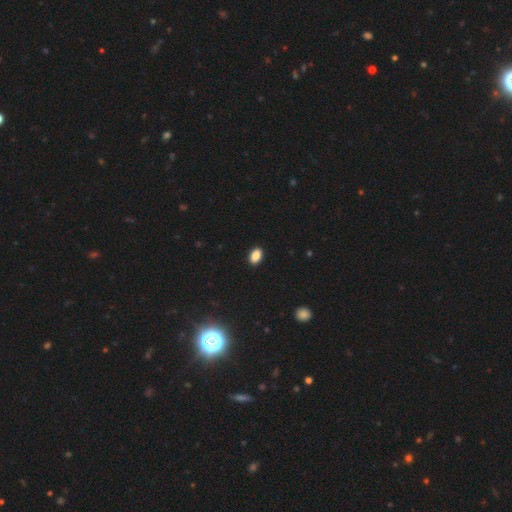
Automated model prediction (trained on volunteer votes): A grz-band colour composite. It shows a smooth galaxy with no disk features (87%) that is in between round and cigar-shaped (89%). Merging: none (91%).